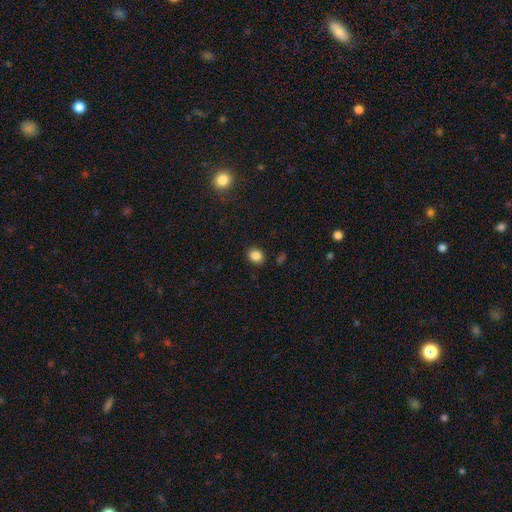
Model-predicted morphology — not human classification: type=smooth (85%); roundness=in between (51%); merging=none (88%).